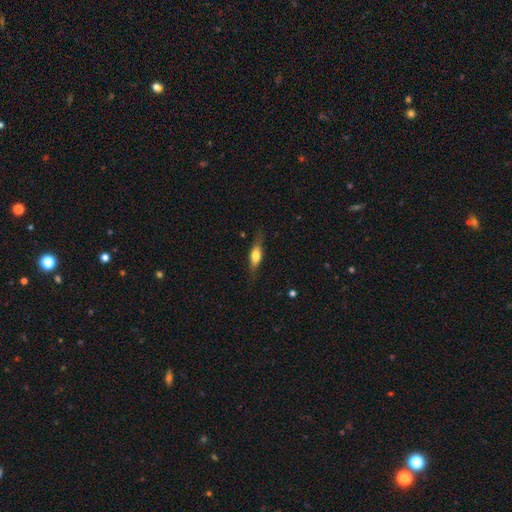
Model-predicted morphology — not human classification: Overall: smooth (59%; featured or disk 34%). How rounded: in between (52%; cigar-shaped 44%). Merging: none (76%).